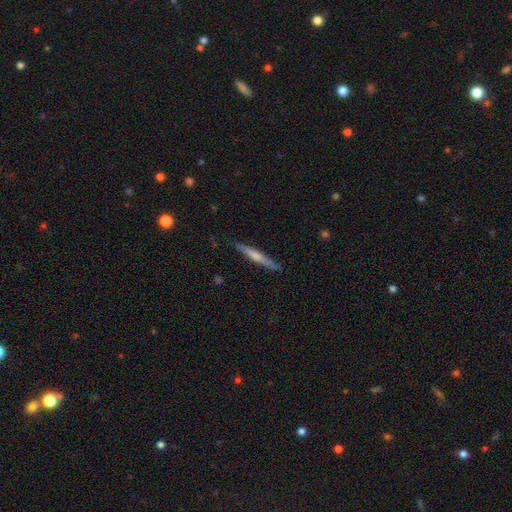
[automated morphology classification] smooth-or-featured: featured or disk: 47% (tied) | smooth: 47% (tied) | star or artifact: 6%
  merging: none: 87% | minor disturbance: 10% | major disturbance: 2% | merger: 1%